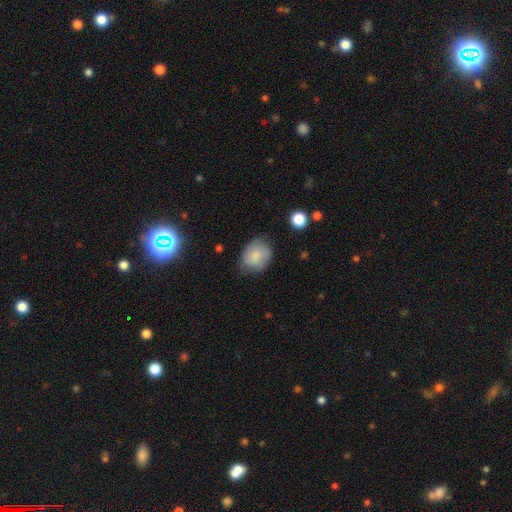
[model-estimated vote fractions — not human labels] Smooth or featured: smooth — 78% (featured or disk — 15%)
How rounded: round — 55% (in between — 44%)
Merging: none — 65% (minor disturbance — 27%)